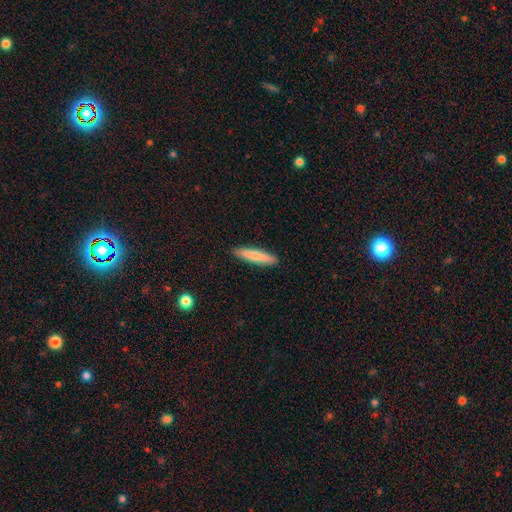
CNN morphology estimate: Q: Smooth or featured?
A: smooth (77%); runner-up: featured or disk (17%)
Q: How rounded?
A: cigar-shaped (85%); runner-up: in between (13%)
Q: Merging?
A: none (90%); runner-up: minor disturbance (7%)